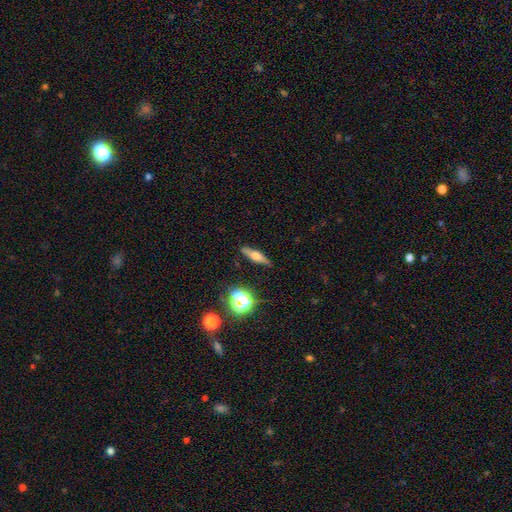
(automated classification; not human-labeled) smooth_or_featured: featured or disk (p=0.46) [alt: smooth p=0.42]
merging: none (p=0.87) [alt: minor disturbance p=0.09]